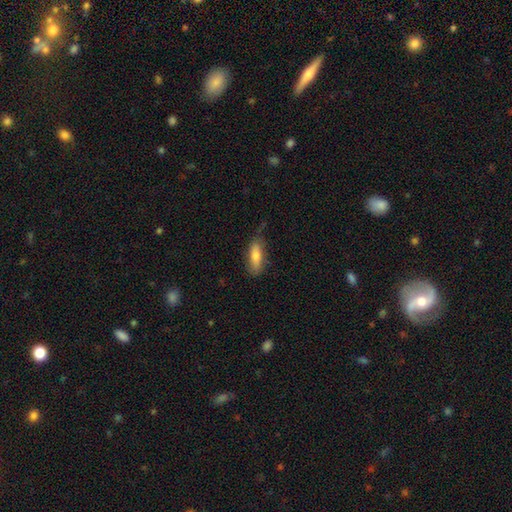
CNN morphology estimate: A smooth galaxy with no disk features (73%) that is in between round and cigar-shaped (57%).

Vote fractions:
- Smooth or featured? smooth: 73% / featured or disk: 20% / star or artifact: 7%
- How rounded? in between: 57% / cigar-shaped: 41% / round: 2%
- Merging? none: 67% / minor disturbance: 24% / major disturbance: 7% / merger: 2%